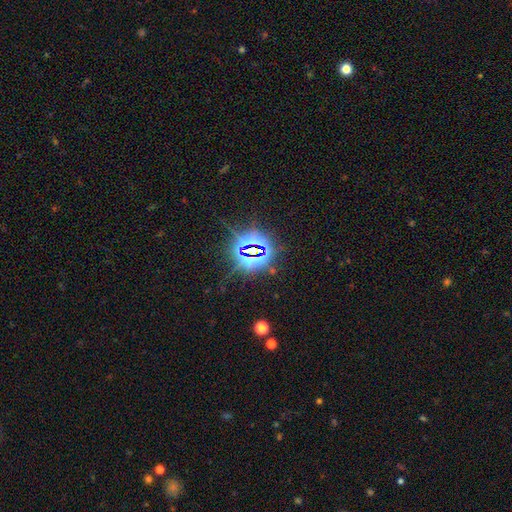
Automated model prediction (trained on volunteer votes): star or artifact 83%, smooth 10%, featured or disk 8%.